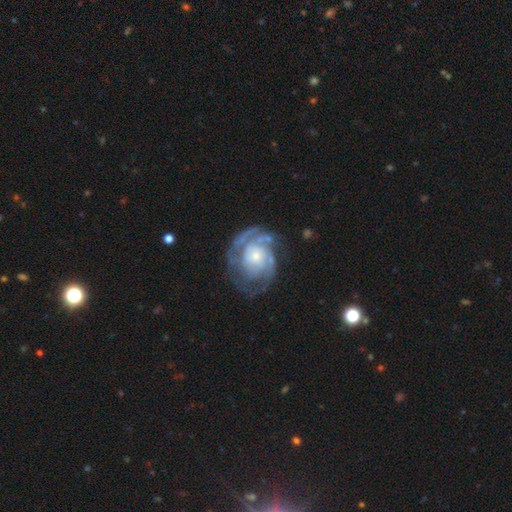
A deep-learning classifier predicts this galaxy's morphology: smooth_or_featured: featured or disk (p=0.84) [alt: smooth p=0.11]
disk_edge_on: no (p=0.98) [alt: yes p=0.02]
bar: no (p=0.78) [alt: weak p=0.18]
has_spiral_arms: yes (p=0.92) [alt: no p=0.08]
spiral_winding: tight (p=0.60) [alt: medium p=0.31]
spiral_arm_count: 2 (p=0.30) [tied with: can't tell p=0.30]
bulge_size: small (p=0.54) [alt: moderate p=0.34]
merging: none (p=0.62) [alt: minor disturbance p=0.20]